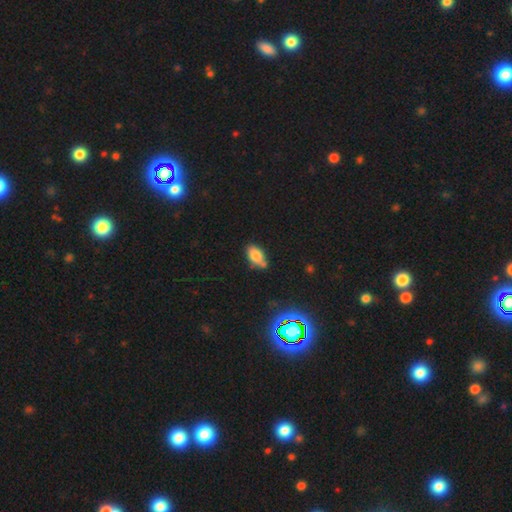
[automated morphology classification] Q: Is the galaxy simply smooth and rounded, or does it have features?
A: smooth — 76%.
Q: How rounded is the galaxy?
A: in between — 90%.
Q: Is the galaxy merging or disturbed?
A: none — 59%.